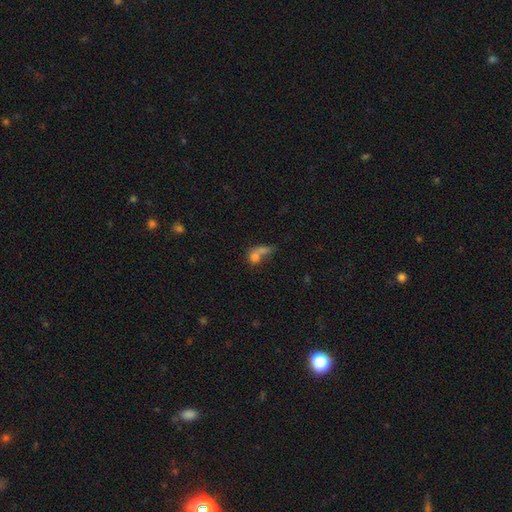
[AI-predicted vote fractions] Smooth or featured? Predicted: smooth (p=0.65). How rounded? Predicted: round (p=0.54). Merging? Predicted: merger (p=0.46).